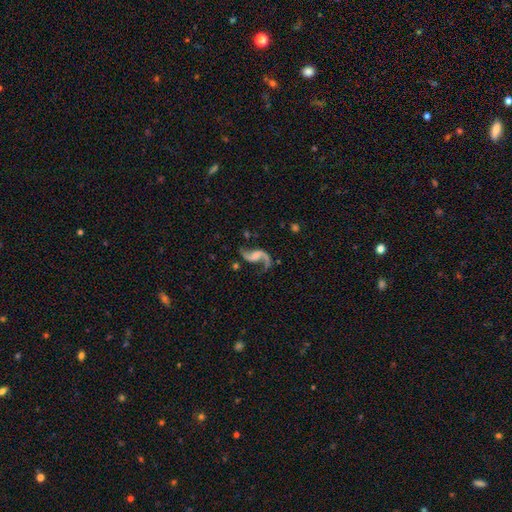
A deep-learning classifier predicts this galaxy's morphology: smooth-or-featured: featured or disk: 89% | smooth: 5% | star or artifact: 5%
  disk-edge-on: no: 98% | yes: 2%
    bar: no: 43% | weak: 39% | strong: 18%
    has-spiral-arms: yes: 96% | no: 4%
      spiral-winding: loose: 79% | medium: 18% | tight: 3%
      spiral-arm-count: 2: 88% | 1: 7% | can't tell: 1% | 3: 1% | 4: 1% | more than 4: 1%
    bulge-size: none: 40% | small: 29% | moderate: 22% | large: 7% | dominant: 2%
  merging: none: 65% | minor disturbance: 15% | major disturbance: 15% | merger: 4%